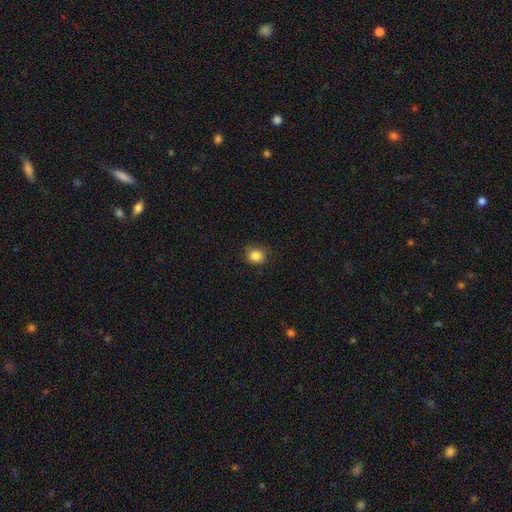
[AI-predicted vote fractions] Smooth or featured? Predicted: smooth (p=0.85). How rounded? Predicted: round (p=0.76). Merging? Predicted: none (p=0.81).